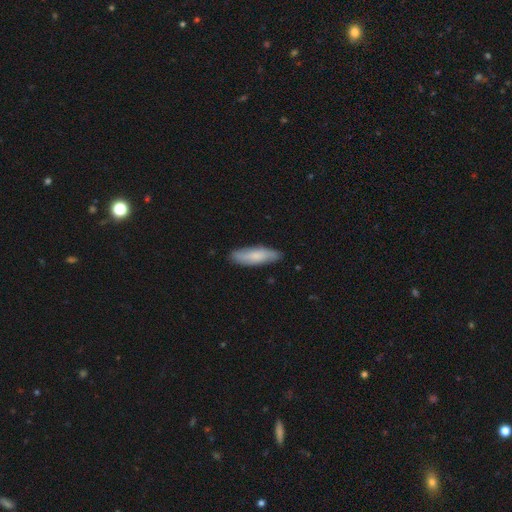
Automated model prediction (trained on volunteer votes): A smooth galaxy with no disk features (73%) that is cigar-shaped (59%). Merging: none (83%).